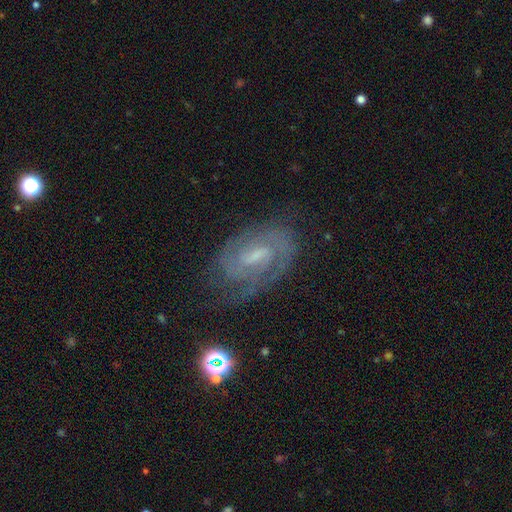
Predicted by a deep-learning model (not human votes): The model was most divided on "bulge size": small: 45%, moderate: 32%, none: 19%, large: 3%, dominant: 1%. More confident: edge-on disk — no (96%); spiral arms — yes (95%); smooth or featured — featured or disk (82%); merging — none (72%); spiral arm count — 2 (63%); bar — weak (57%); spiral winding — tight (54%).